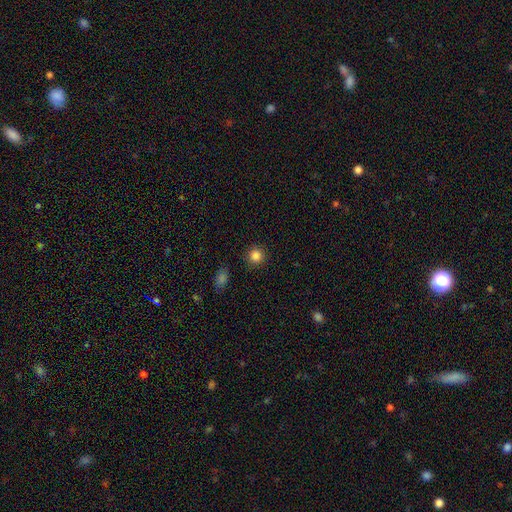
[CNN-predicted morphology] smooth 85%, star or artifact 11%, featured or disk 4%. Down the decision tree: how rounded — round (94%); merging — none (91%).